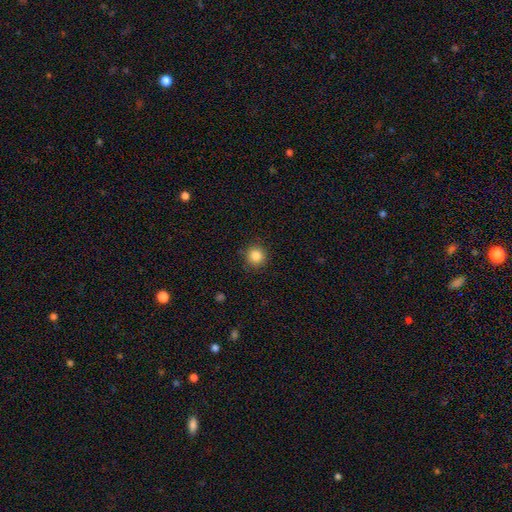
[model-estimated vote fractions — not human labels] A smooth galaxy with no disk features (86%) that is round (94%). Merging: none (89%).